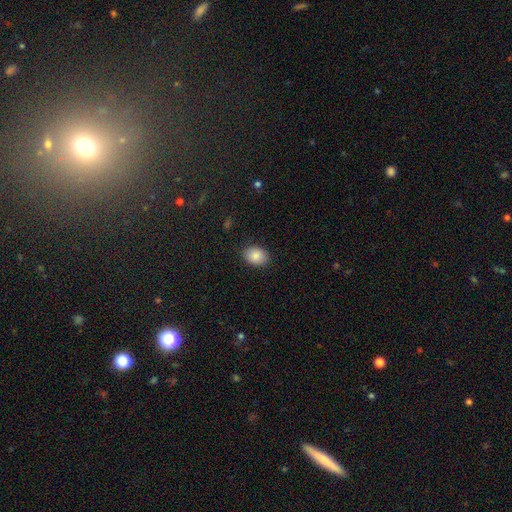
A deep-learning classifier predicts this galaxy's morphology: A smooth galaxy with no disk features (87%) that is in between round and cigar-shaped (75%). Merging: none (88%).